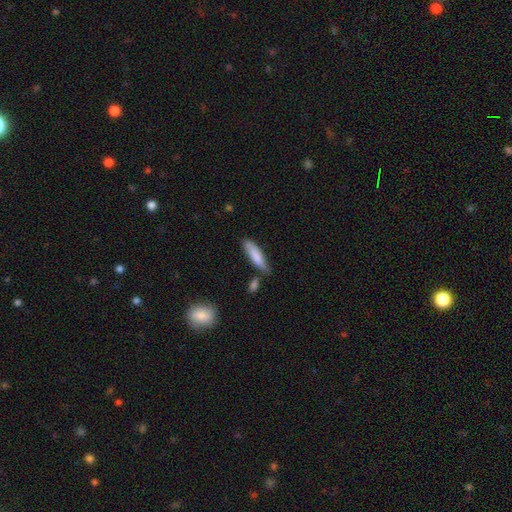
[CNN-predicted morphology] smooth-or-featured: smooth: 80% | featured or disk: 15% | star or artifact: 6%
  how-rounded: cigar-shaped: 70% | in between: 28% | round: 2%
  merging: none: 63% | minor disturbance: 23% | merger: 8% | major disturbance: 5%